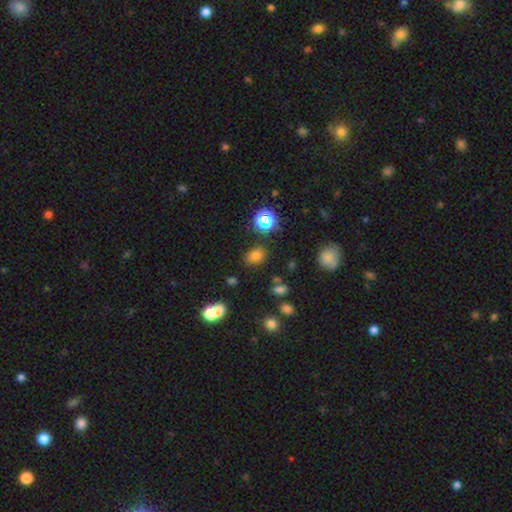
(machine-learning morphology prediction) A smooth galaxy with no disk features (74%) that is in between round and cigar-shaped (57%). Merging: none (80%).